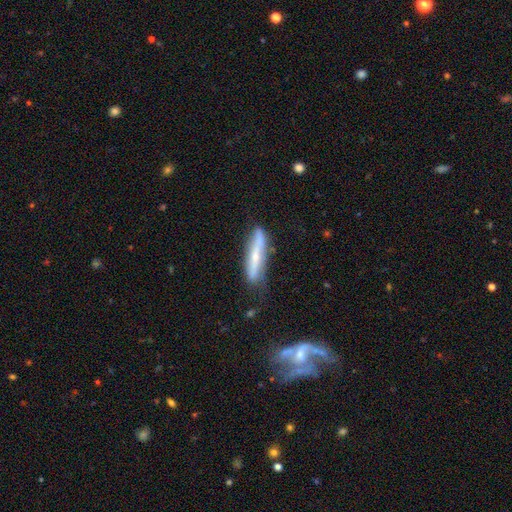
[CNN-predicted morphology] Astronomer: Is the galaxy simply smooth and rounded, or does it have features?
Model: featured or disk — 52% (runner-up: smooth, 41%).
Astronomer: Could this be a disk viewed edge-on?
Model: yes — 69%.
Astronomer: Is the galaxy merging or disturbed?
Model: none — 68%.